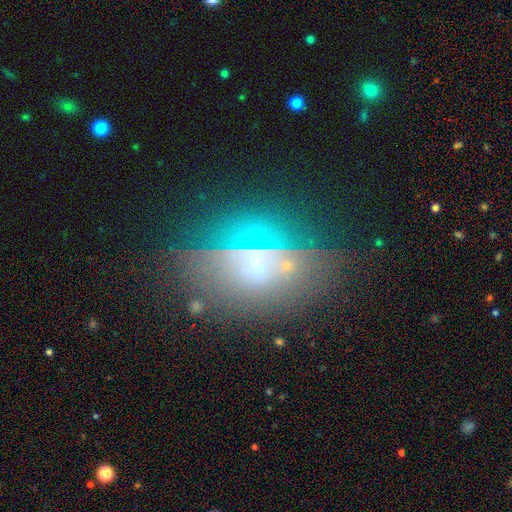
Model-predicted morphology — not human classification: Smooth or featured?
  - featured or disk: 40% *
  - star or artifact: 33%
  - smooth: 27%
Merging?
  - none: 70% *
  - minor disturbance: 17%
  - major disturbance: 9%
  - merger: 5%